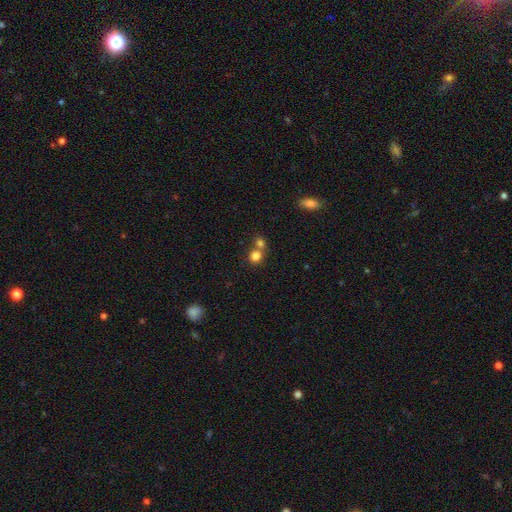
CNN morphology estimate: A smooth galaxy with no disk features (81%) that is round (80%).

Vote fractions:
- Smooth or featured? smooth: 81% / star or artifact: 12% / featured or disk: 7%
- How rounded? round: 80% / in between: 19% / cigar-shaped: 1%
- Merging? merger: 46% / none: 45% / minor disturbance: 6% / major disturbance: 3%